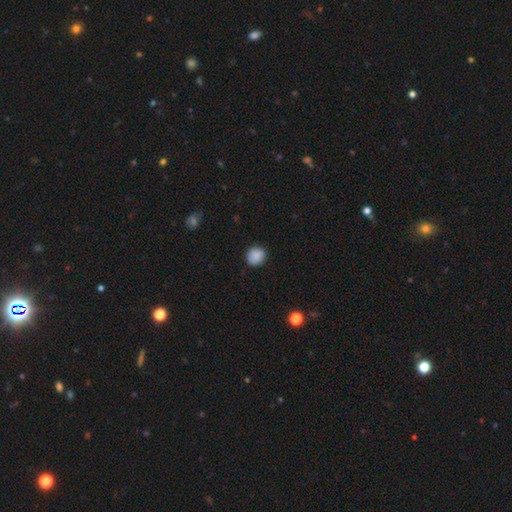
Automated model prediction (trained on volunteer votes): smooth_or_featured: smooth (p=0.88) [alt: star or artifact p=0.08]
how_rounded: round (p=0.89) [alt: in between p=0.10]
merging: none (p=0.87) [alt: minor disturbance p=0.09]